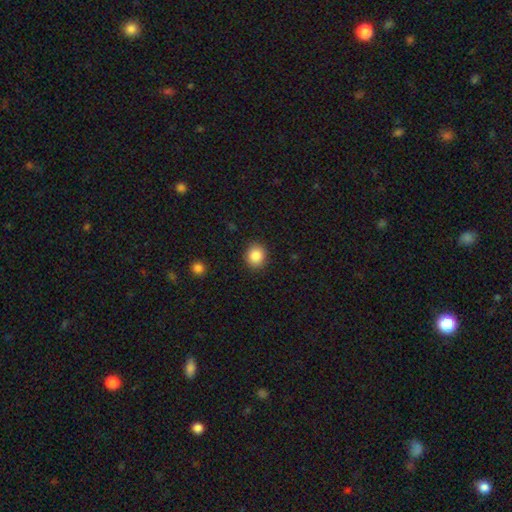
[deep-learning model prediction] smooth_or_featured: smooth (p=0.87) [alt: star or artifact p=0.09]
how_rounded: round (p=0.79) [alt: in between p=0.20]
merging: none (p=0.90) [alt: minor disturbance p=0.07]